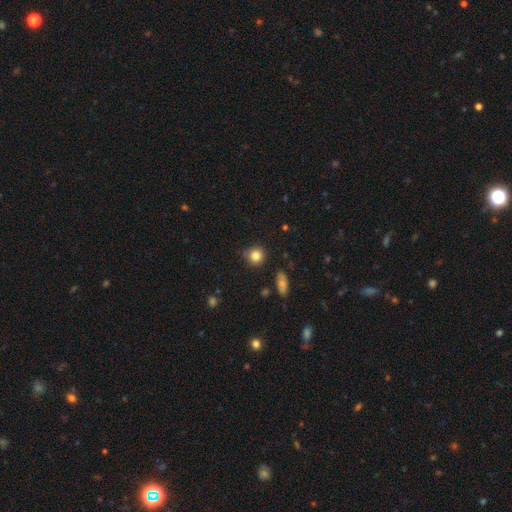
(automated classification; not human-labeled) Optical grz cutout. It shows a smooth galaxy with no disk features (83%) that is round (89%). Merging: none (80%).